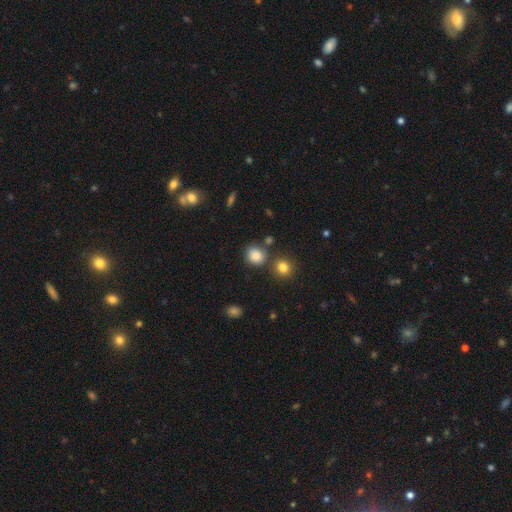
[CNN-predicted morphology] Smooth or featured? Predicted: smooth (p=0.85). How rounded? Predicted: round (p=0.76). Merging? Predicted: none (p=0.71).